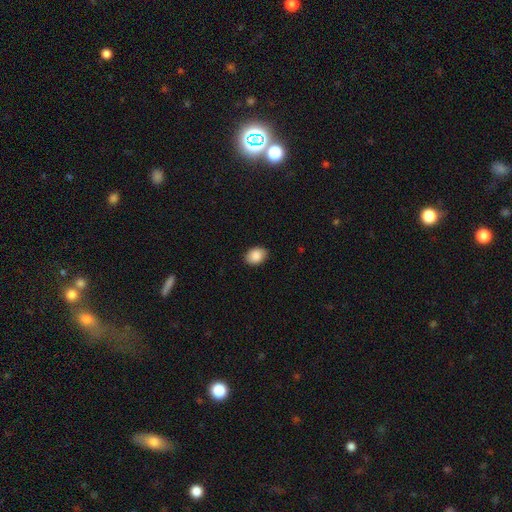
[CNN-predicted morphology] type=smooth (89%); roundness=in between (72%); merging=none (88%).